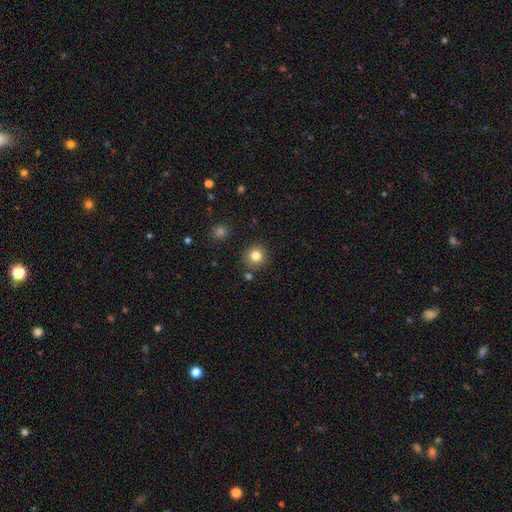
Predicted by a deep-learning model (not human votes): Smooth or featured: smooth — 82% (star or artifact — 11%)
How rounded: round — 89% (in between — 11%)
Merging: none — 85% (minor disturbance — 8%)